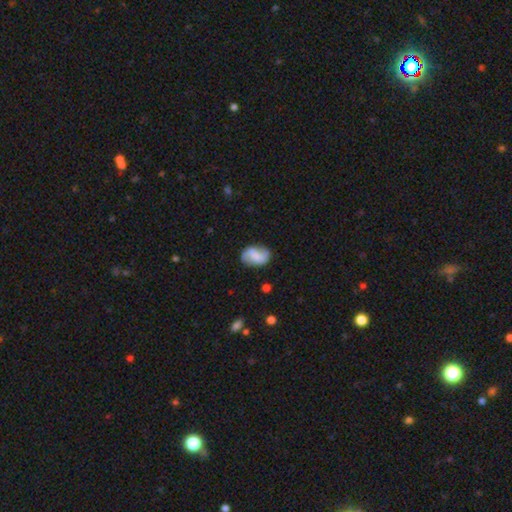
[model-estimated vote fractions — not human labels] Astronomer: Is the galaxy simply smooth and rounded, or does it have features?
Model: smooth — 49% (runner-up: featured or disk, 44%).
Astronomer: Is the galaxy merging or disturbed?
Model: none — 72%.